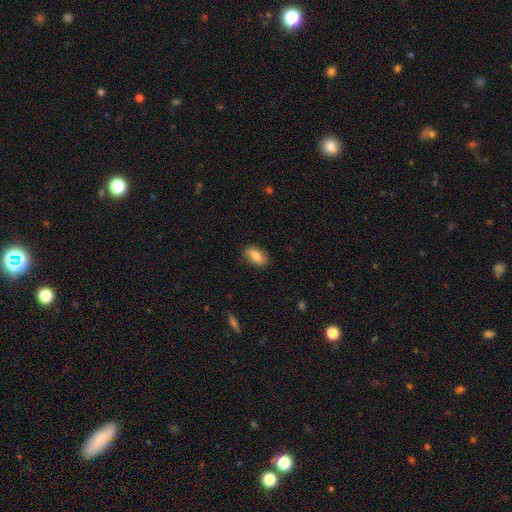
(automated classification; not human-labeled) Smooth or featured? smooth (81%)
How rounded? in between (89%)
Merging? none (83%)